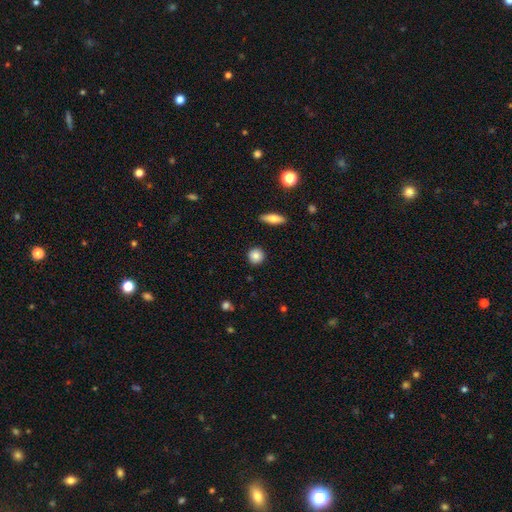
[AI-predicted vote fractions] Q: Smooth or featured?
A: smooth (85%); runner-up: star or artifact (8%)
Q: How rounded?
A: round (90%); runner-up: in between (8%)
Q: Merging?
A: none (90%); runner-up: minor disturbance (6%)